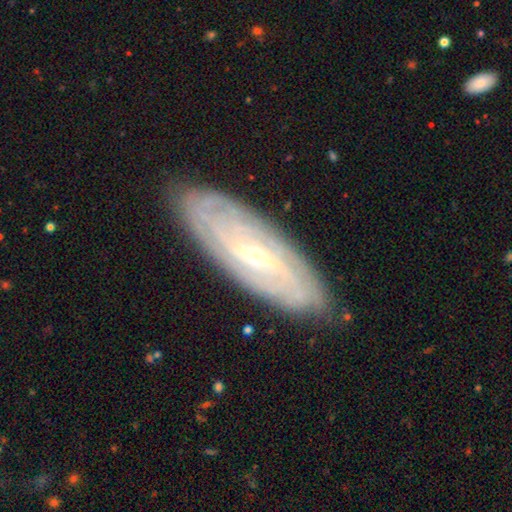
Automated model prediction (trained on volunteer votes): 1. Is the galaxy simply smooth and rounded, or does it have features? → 82% featured or disk, 12% smooth, 6% star or artifact.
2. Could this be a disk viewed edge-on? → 85% no, 15% yes.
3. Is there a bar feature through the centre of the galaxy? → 45% weak, 33% strong, 22% no.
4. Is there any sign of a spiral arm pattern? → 92% yes, 8% no.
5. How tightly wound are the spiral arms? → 70% tight, 23% medium, 7% loose.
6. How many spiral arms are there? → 46% can't tell, 19% 2, 12% 4, 11% 3, 7% more than 4, 5% 1.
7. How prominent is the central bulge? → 69% small, 28% moderate, 1% none, 1% large, 1% dominant.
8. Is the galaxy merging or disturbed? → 85% none, 11% minor disturbance, 2% major disturbance, 1% merger.